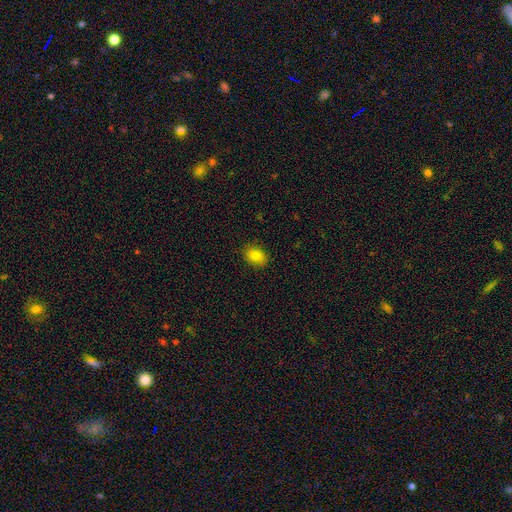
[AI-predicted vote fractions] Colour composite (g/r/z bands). It shows a smooth galaxy with no disk features (82%) that is in between round and cigar-shaped (70%). Merging: none (89%).